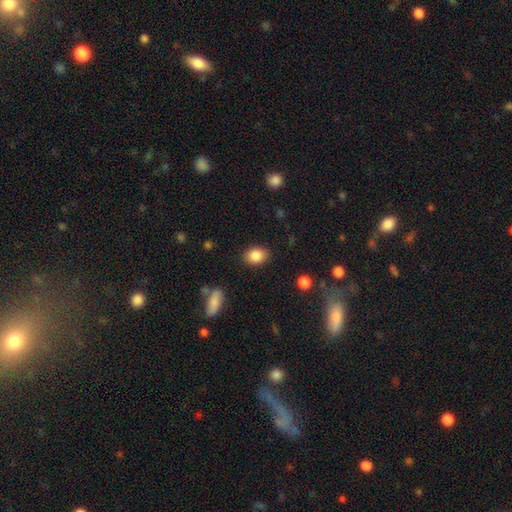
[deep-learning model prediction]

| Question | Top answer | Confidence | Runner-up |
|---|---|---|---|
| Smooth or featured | smooth | 85% | star or artifact (8%) |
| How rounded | in between | 69% | round (29%) |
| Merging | none | 86% | minor disturbance (10%) |